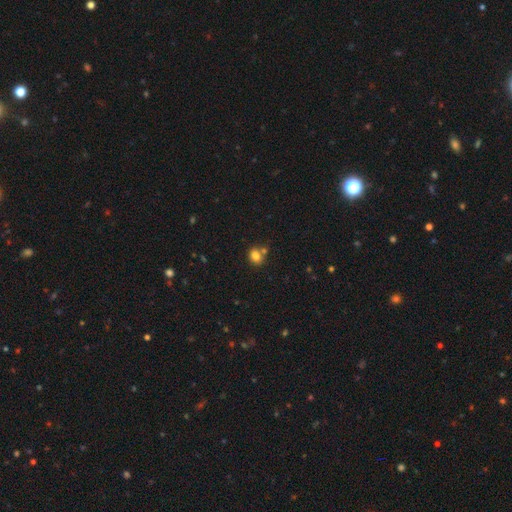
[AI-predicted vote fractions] Smooth or featured: smooth — 80% (star or artifact — 12%)
How rounded: round — 59% (in between — 40%)
Merging: none — 62% (merger — 23%)